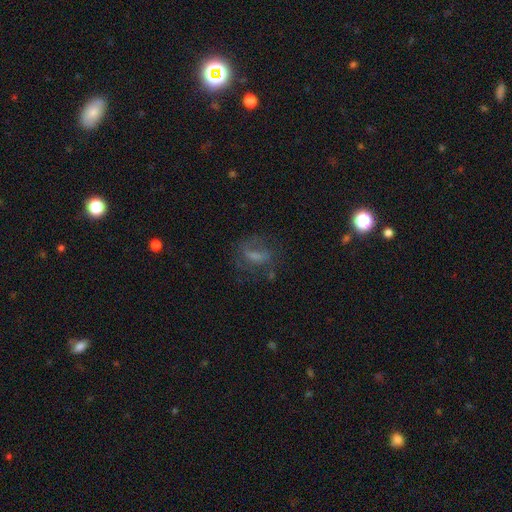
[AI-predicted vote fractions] Smooth or featured?
  - featured or disk: 43% *
  - smooth: 40%
  - star or artifact: 17%
Merging?
  - none: 57% *
  - major disturbance: 21%
  - minor disturbance: 20%
  - merger: 3%